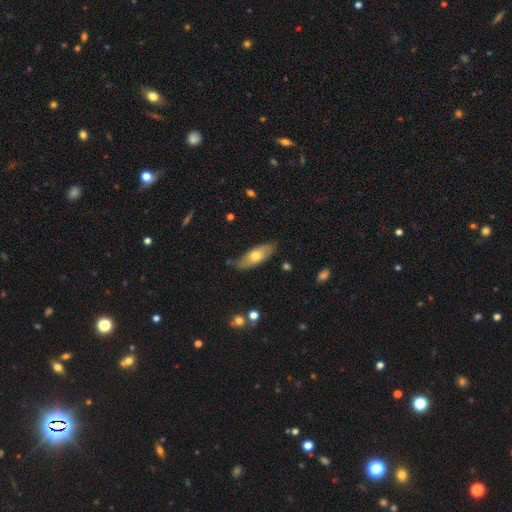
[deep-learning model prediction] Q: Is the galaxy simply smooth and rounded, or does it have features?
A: smooth — 62%.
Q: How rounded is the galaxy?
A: in between — 72%.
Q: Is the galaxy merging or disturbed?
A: none — 72%.